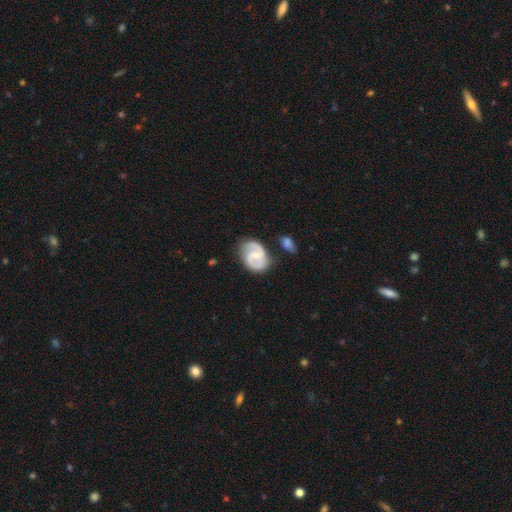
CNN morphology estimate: This appears to be a featured or disk galaxy (81%) with a weak bar (48%), 2 (87%) medium (50%) spiral arms (95%) and a small central bulge (55%). Merging: none (67%).